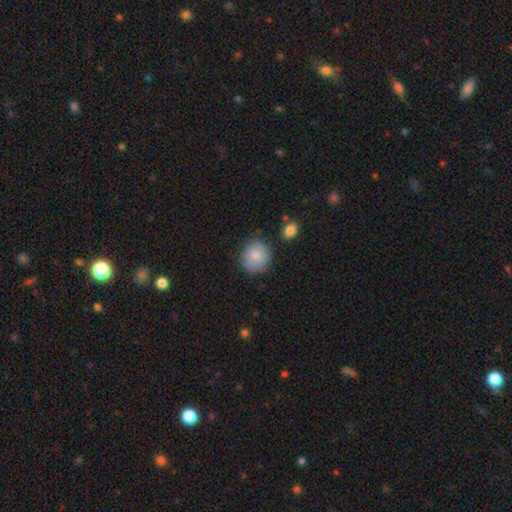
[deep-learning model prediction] Smooth or featured? smooth (80%)
How rounded? round (84%)
Merging? none (76%)